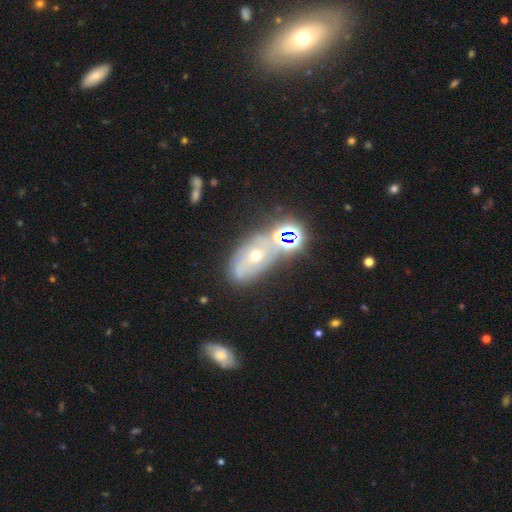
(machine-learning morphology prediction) featured or disk 47%, smooth 27%, star or artifact 25%. Down the decision tree: merging — none (53%).